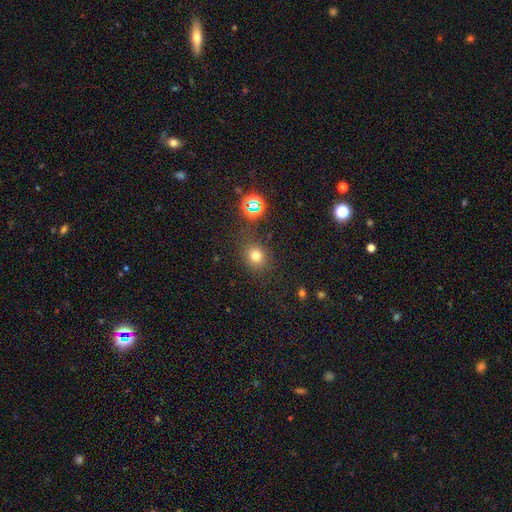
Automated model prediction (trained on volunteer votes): Q: Smooth or featured?
A: smooth (71%); runner-up: star or artifact (21%)
Q: How rounded?
A: round (70%); runner-up: in between (29%)
Q: Merging?
A: none (80%); runner-up: minor disturbance (12%)